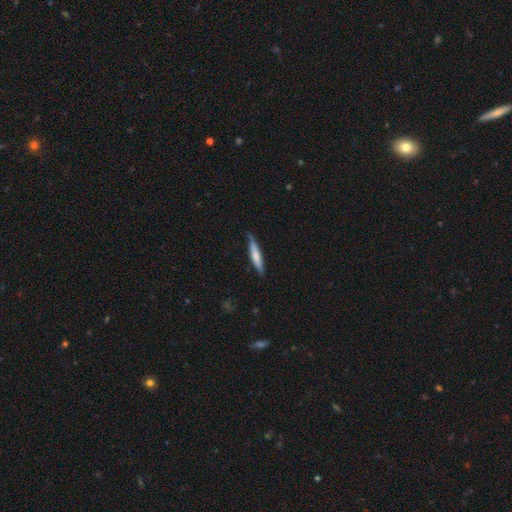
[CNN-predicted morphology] A smooth galaxy with no disk features (64%) that is cigar-shaped (91%). Merging: none (82%).